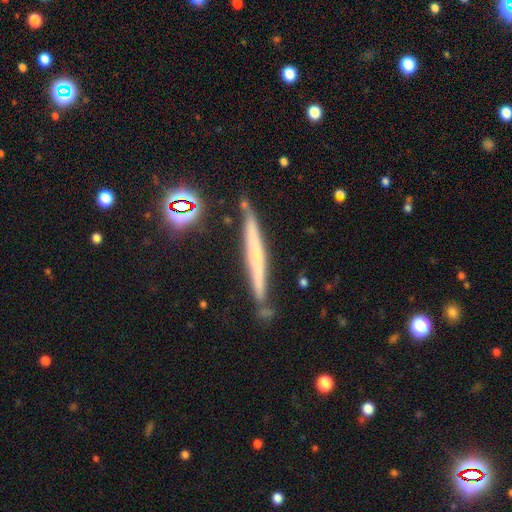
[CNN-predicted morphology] smooth_or_featured: featured or disk (p=0.54) [alt: smooth p=0.36]
disk_edge_on: yes (p=0.94) [alt: no p=0.06]
edge_on_bulge: none (p=0.63) [alt: rounded p=0.28]
merging: none (p=0.80) [alt: minor disturbance p=0.13]